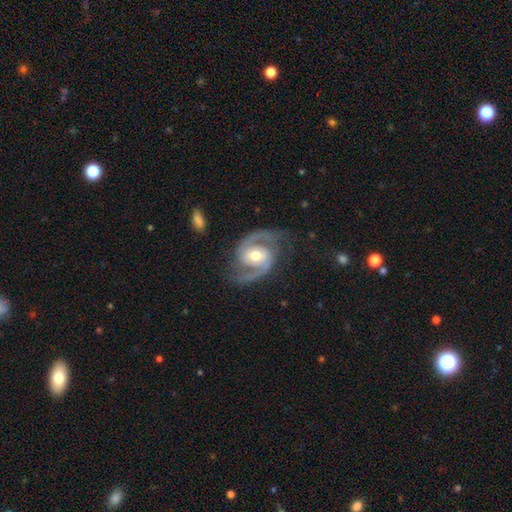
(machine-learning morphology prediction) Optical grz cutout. It shows a featured or disk galaxy (93%) with no bar (43%), 2 (94%) medium (62%) spiral arms (98%) and a moderate central bulge (75%). Merging: none (78%).